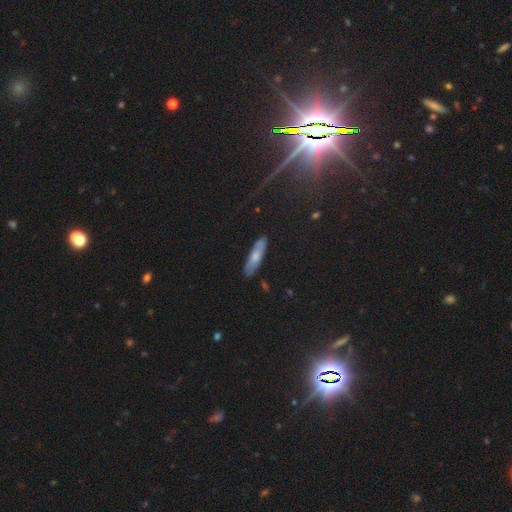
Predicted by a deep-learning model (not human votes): smooth_or_featured: smooth (p=0.62) [alt: featured or disk p=0.30]
how_rounded: cigar-shaped (p=0.70) [alt: in between p=0.28]
merging: none (p=0.84) [alt: minor disturbance p=0.12]